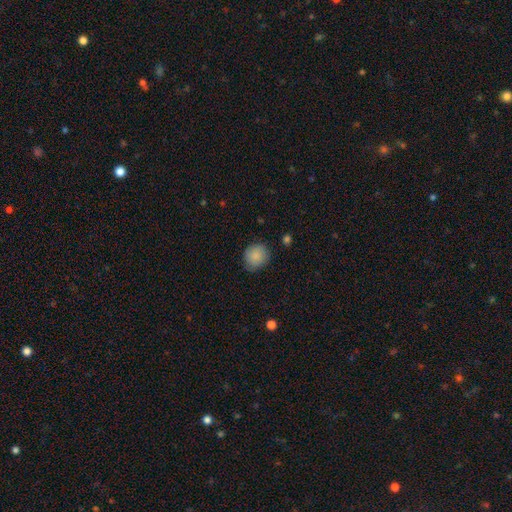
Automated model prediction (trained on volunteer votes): This is clearly a smooth galaxy (86%). How rounded: clearly round (81%). Merging: clearly none (80%).